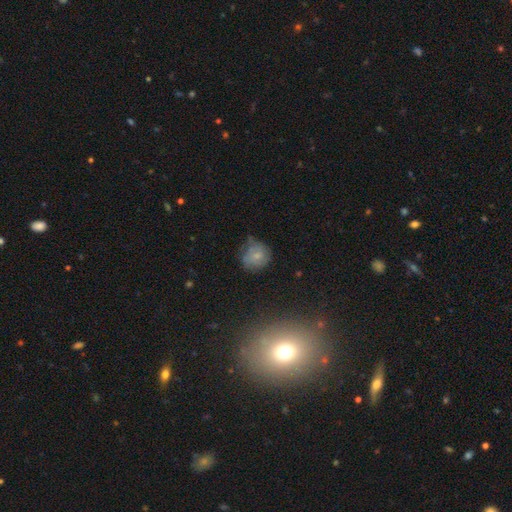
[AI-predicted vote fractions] This is possibly a smooth galaxy (53%). How rounded: likely round (80%). Merging: possibly none (56%).